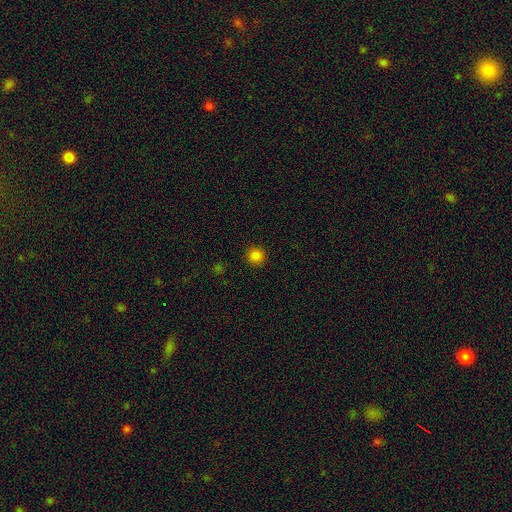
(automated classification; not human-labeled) The model was most divided on "smooth or featured": smooth: 82%, star or artifact: 14%, featured or disk: 4%. More confident: how rounded — round (93%); merging — none (92%).